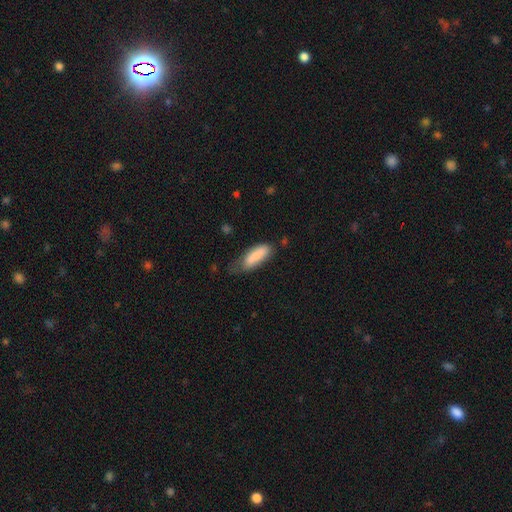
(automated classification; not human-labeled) This appears to be a smooth galaxy with no disk features (83%) that is in between round and cigar-shaped (66%). Merging: none (41%).